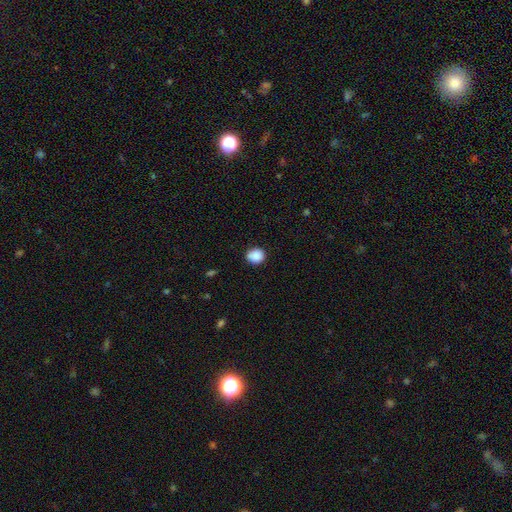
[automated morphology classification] Smooth or featured: smooth — 87% (star or artifact — 9%)
How rounded: round — 79% (in between — 20%)
Merging: none — 76% (minor disturbance — 17%)